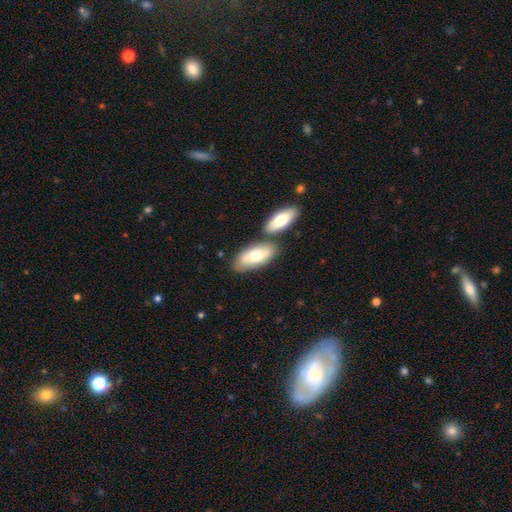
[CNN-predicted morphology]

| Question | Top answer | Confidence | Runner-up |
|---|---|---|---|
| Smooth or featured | smooth | 70% | featured or disk (25%) |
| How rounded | in between | 84% | cigar-shaped (14%) |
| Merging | none | 63% | merger (22%) |